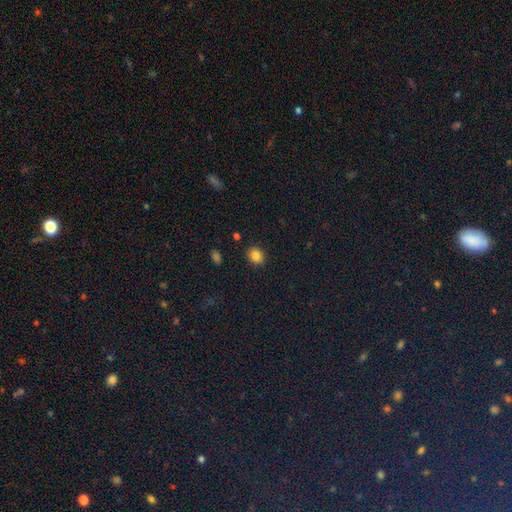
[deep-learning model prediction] Overall: smooth (84%). How rounded: round (63%; in between 36%). Merging: none (89%).